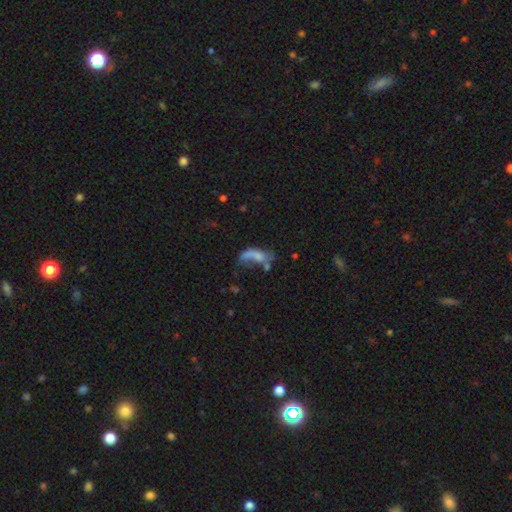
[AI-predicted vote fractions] smooth 50%, featured or disk 37%, star or artifact 13%. Down the decision tree: merging — major disturbance (37%).